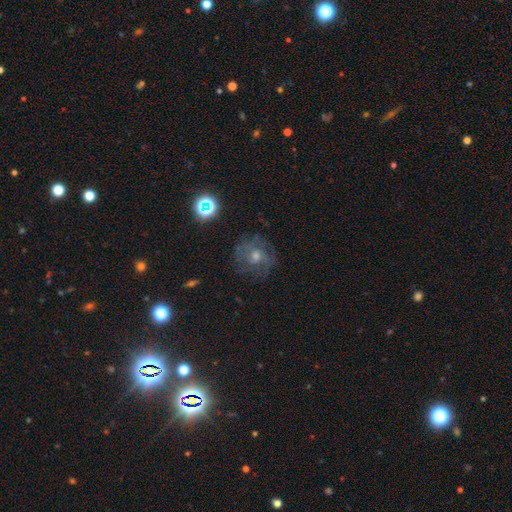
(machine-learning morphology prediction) Smooth or featured?
  - featured or disk: 53% *
  - smooth: 25%
  - star or artifact: 22%
Edge-on disk?
  - no: 96% *
  - yes: 4%
Bar?
  - no: 75% *
  - weak: 21%
  - strong: 4%
Spiral arms?
  - yes: 75% *
  - no: 25%
Bulge size?
  - moderate: 57% *
  - small: 35%
  - large: 4%
  - none: 3%
  - dominant: 1%
Merging?
  - none: 76% *
  - minor disturbance: 15%
  - major disturbance: 8%
  - merger: 2%